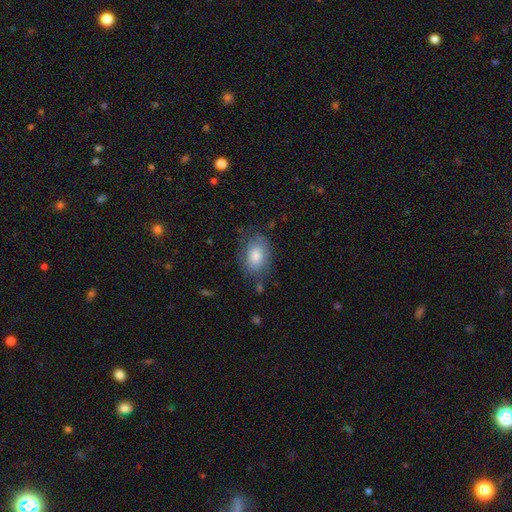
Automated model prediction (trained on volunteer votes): smooth-or-featured: smooth: 76% | featured or disk: 16% | star or artifact: 8%
  how-rounded: in between: 85% | round: 14% | cigar-shaped: 1%
  merging: none: 71% | minor disturbance: 21% | major disturbance: 6% | merger: 2%